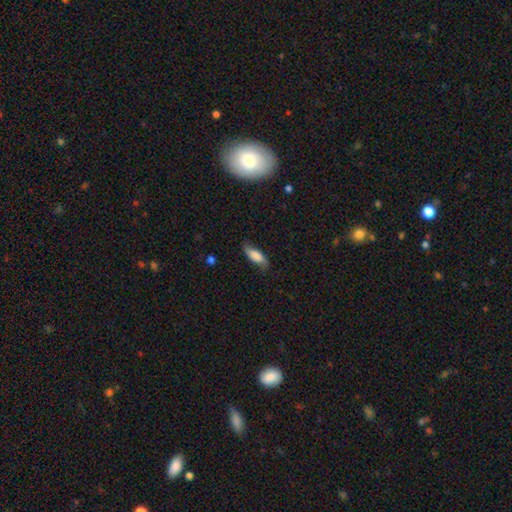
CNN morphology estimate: type=smooth (77%); roundness=in between (66%); merging=none (73%).